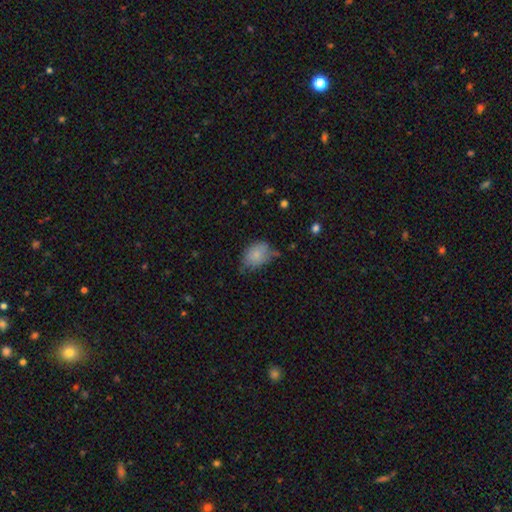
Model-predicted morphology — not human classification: The model was most divided on "merging": none: 49%, minor disturbance: 36%, major disturbance: 10%, merger: 5%. More confident: smooth or featured — smooth (80%); how rounded — in between (77%).